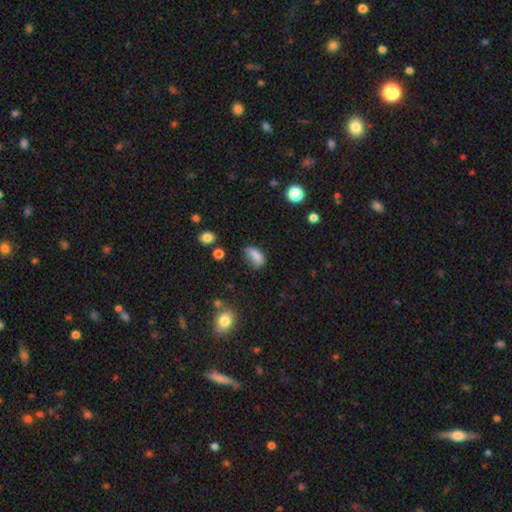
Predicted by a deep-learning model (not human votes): Smooth or featured? smooth (79%)
How rounded? in between (85%)
Merging? none (44%)